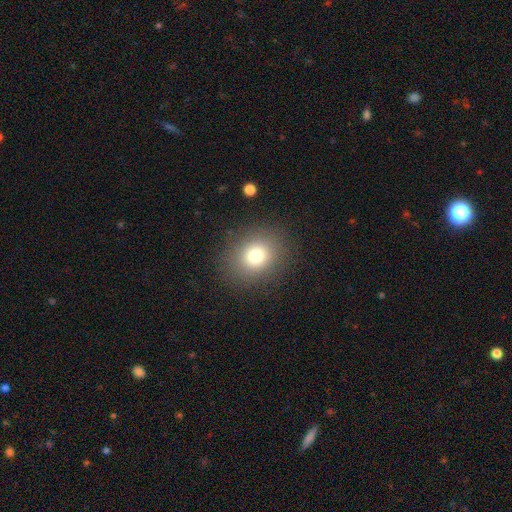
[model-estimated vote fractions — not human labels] smooth-or-featured: smooth: 78% | star or artifact: 13% | featured or disk: 9%
  how-rounded: round: 69% | in between: 30% | cigar-shaped: 1%
  merging: none: 87% | minor disturbance: 8% | major disturbance: 4% | merger: 1%